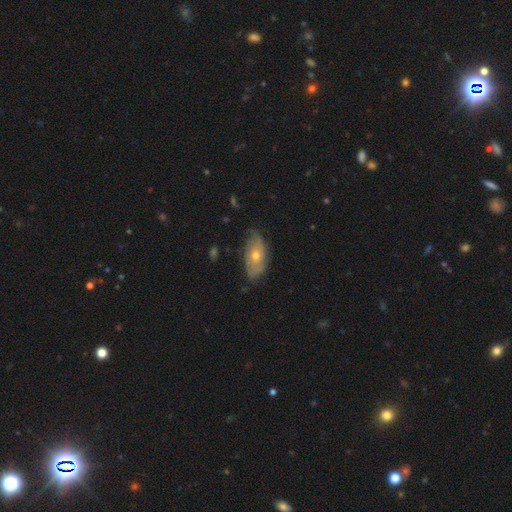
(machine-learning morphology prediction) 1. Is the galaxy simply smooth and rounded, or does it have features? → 59% featured or disk, 33% smooth, 8% star or artifact.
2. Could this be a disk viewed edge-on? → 88% no, 12% yes.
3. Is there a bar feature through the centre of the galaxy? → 83% no, 14% weak, 3% strong.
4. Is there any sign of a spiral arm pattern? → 69% yes, 31% no.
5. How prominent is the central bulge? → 63% moderate, 33% small, 2% large, 1% none, 1% dominant.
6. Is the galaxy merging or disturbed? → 66% none, 27% minor disturbance, 6% major disturbance, 1% merger.